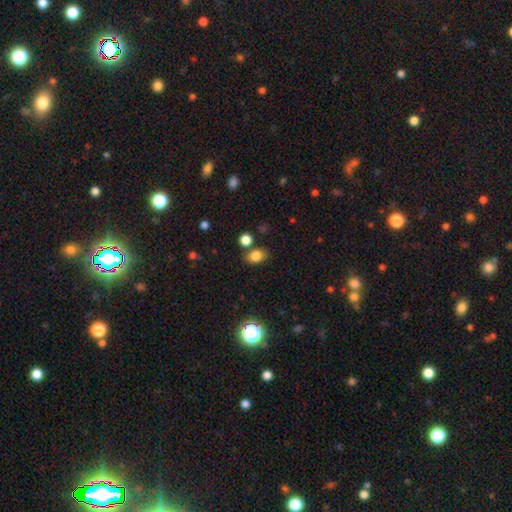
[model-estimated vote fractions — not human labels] A smooth galaxy with no disk features (81%) that is in between round and cigar-shaped (67%). Merging: none (75%).